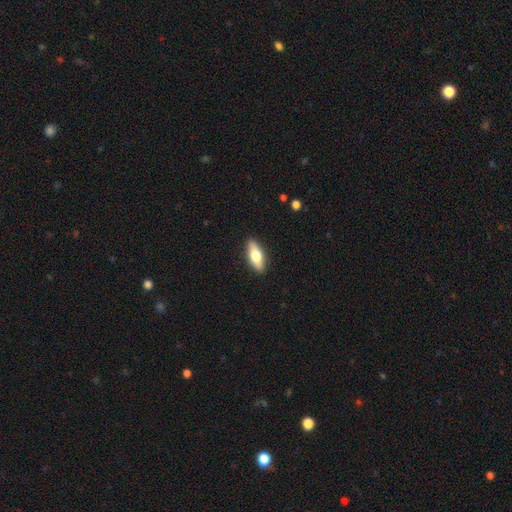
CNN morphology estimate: Smooth or featured?
  - smooth: 64% *
  - featured or disk: 30%
  - star or artifact: 6%
How rounded?
  - in between: 69% *
  - cigar-shaped: 29%
  - round: 3%
Merging?
  - none: 90% *
  - minor disturbance: 8%
  - major disturbance: 2%
  - merger: 1%